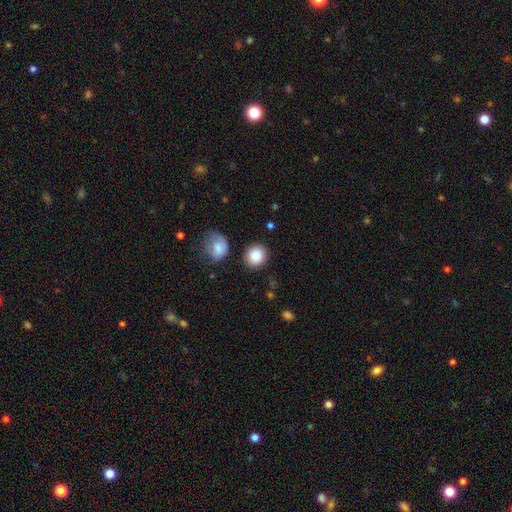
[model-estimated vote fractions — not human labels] A smooth galaxy with no disk features (87%) that is round (84%).

Vote fractions:
- Smooth or featured? smooth: 87% / star or artifact: 8% / featured or disk: 5%
- How rounded? round: 84% / in between: 15% / cigar-shaped: 1%
- Merging? none: 82% / minor disturbance: 10% / merger: 4% / major disturbance: 3%